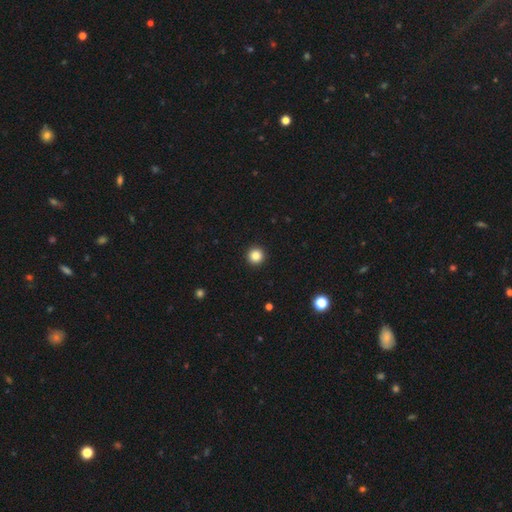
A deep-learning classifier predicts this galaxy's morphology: Smooth or featured?
  - smooth: 85% *
  - star or artifact: 11%
  - featured or disk: 4%
How rounded?
  - round: 96% *
  - in between: 3%
  - cigar-shaped: 1%
Merging?
  - none: 94% *
  - minor disturbance: 4%
  - major disturbance: 1%
  - merger: 1%